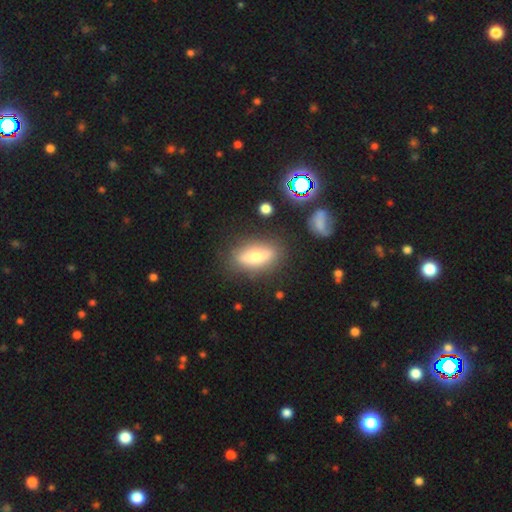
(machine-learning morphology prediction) This appears to be a smooth galaxy with no disk features (55%) that is in between round and cigar-shaped (68%). Merging: none (82%).